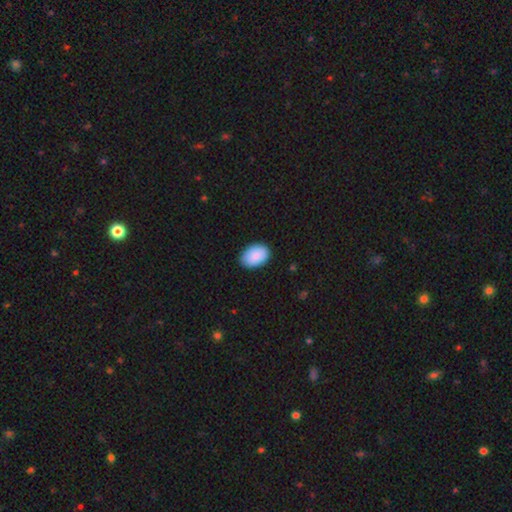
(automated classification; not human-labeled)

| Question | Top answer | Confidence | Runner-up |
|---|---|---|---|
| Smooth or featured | smooth | 90% | star or artifact (6%) |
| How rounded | in between | 87% | round (12%) |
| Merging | none | 86% | minor disturbance (11%) |